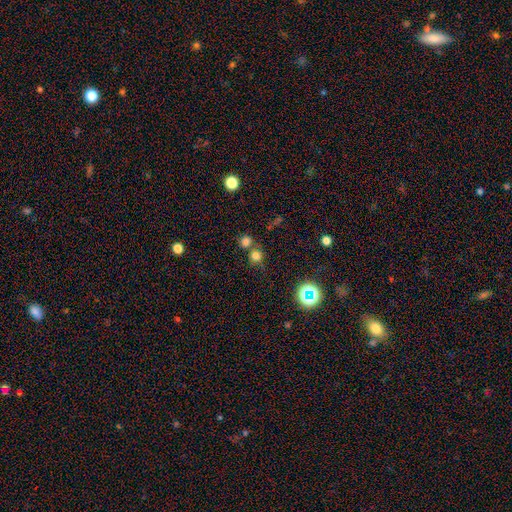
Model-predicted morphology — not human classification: smooth_or_featured: smooth (p=0.72) [alt: star or artifact p=0.21]
how_rounded: round (p=0.88) [alt: in between p=0.10]
merging: none (p=0.59) [alt: merger p=0.30]